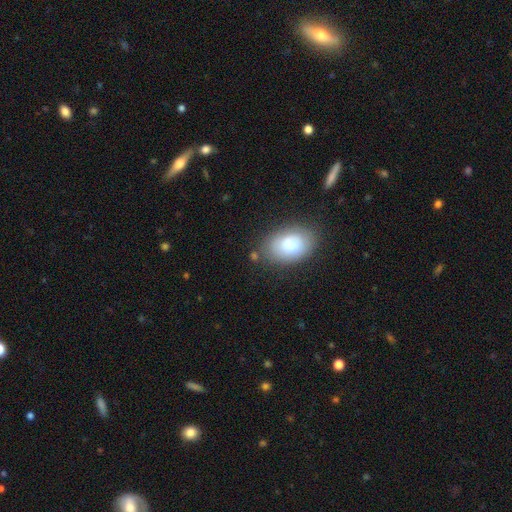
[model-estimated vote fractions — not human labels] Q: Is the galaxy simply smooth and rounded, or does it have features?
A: smooth — 79%.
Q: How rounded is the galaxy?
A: in between — 87%.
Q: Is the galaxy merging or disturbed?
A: none — 78%.